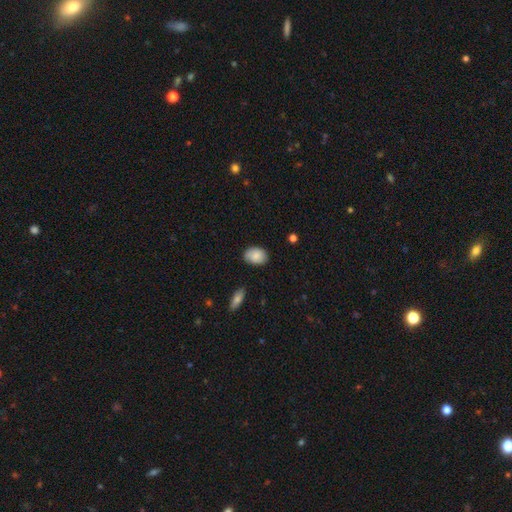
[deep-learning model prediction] This is clearly a smooth galaxy (86%). How rounded: likely in between (78%). Merging: clearly none (82%).